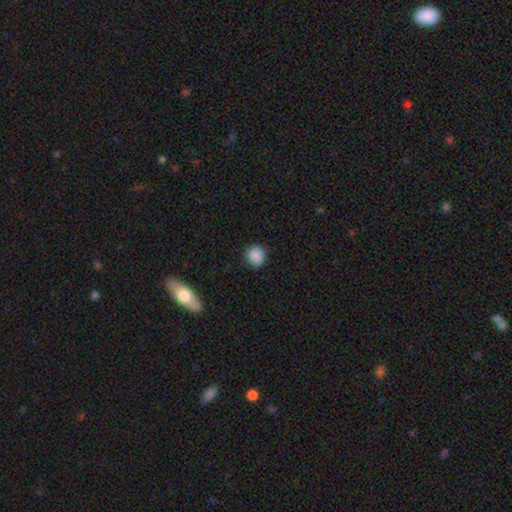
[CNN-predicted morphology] smooth_or_featured: smooth (p=0.87) [alt: star or artifact p=0.09]
how_rounded: round (p=0.79) [alt: in between p=0.20]
merging: none (p=0.81) [alt: minor disturbance p=0.15]